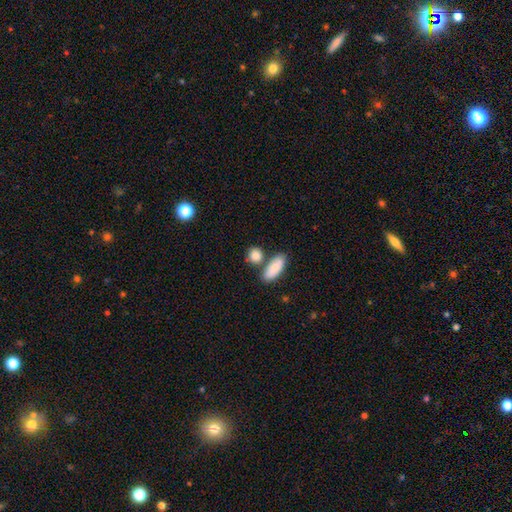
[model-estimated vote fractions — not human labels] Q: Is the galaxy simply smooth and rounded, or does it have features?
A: smooth — 87%.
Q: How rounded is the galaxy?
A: round — 55%.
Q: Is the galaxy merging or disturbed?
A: none — 65%.